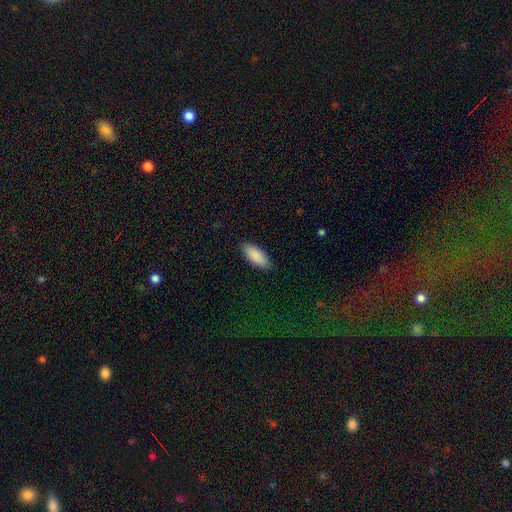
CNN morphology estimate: This appears to be a smooth galaxy with no disk features (90%) that is in between round and cigar-shaped (84%). Merging: none (88%).